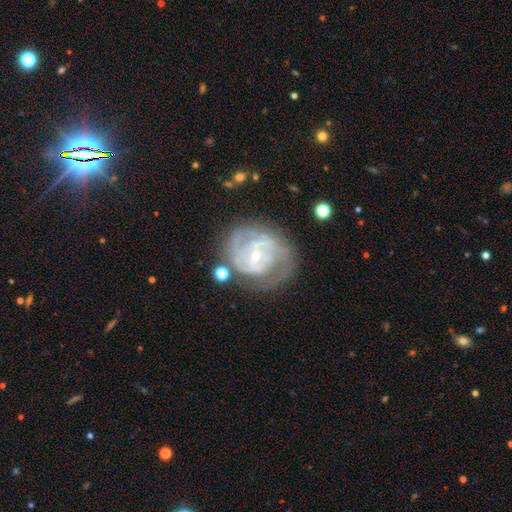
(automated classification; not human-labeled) Smooth or featured? Predicted: featured or disk (p=0.85). Edge-on disk? Predicted: no (p=0.98). Bar? Predicted: no (p=0.48). Spiral arms? Predicted: yes (p=0.92). Spiral winding? Predicted: tight (p=0.58). Spiral arm count? Predicted: 2 (p=0.32). Bulge size? Predicted: small (p=0.77). Merging? Predicted: none (p=0.62).